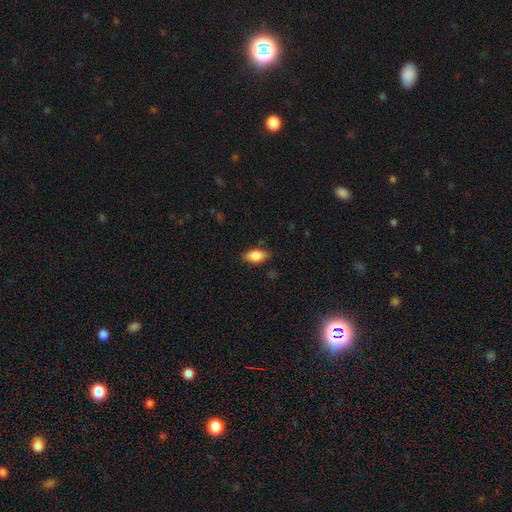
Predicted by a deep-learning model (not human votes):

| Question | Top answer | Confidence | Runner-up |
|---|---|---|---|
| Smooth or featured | smooth | 82% | featured or disk (10%) |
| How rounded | in between | 89% | cigar-shaped (6%) |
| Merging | none | 79% | minor disturbance (17%) |